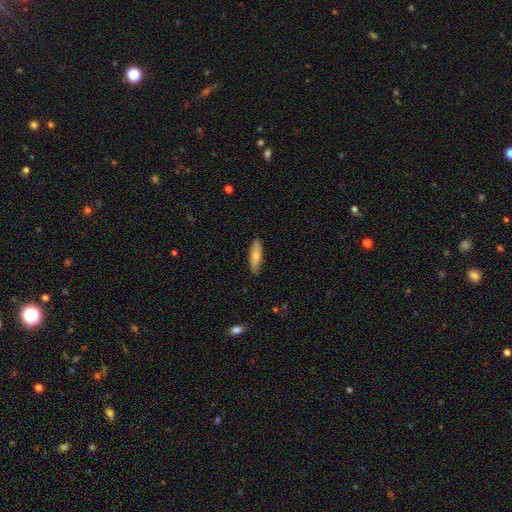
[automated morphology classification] Smooth or featured: smooth — 77% (featured or disk — 18%)
How rounded: cigar-shaped — 55% (in between — 43%)
Merging: none — 85% (minor disturbance — 12%)